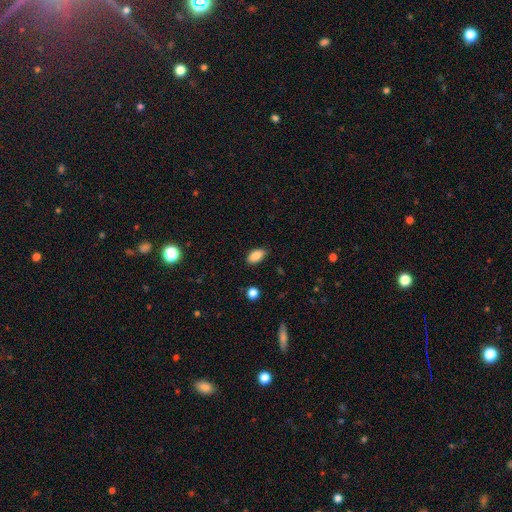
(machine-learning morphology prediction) Smooth or featured: smooth — 87% (star or artifact — 8%)
How rounded: in between — 91% (cigar-shaped — 5%)
Merging: none — 86% (minor disturbance — 11%)